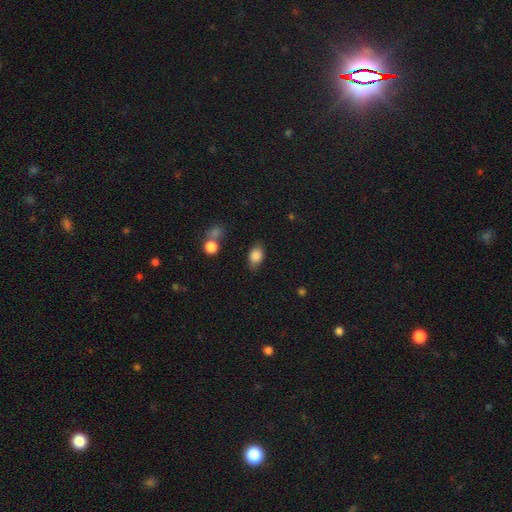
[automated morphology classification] smooth-or-featured: smooth: 85% | star or artifact: 8% | featured or disk: 7%
  how-rounded: in between: 84% | round: 14% | cigar-shaped: 2%
  merging: none: 76% | minor disturbance: 17% | major disturbance: 4% | merger: 3%